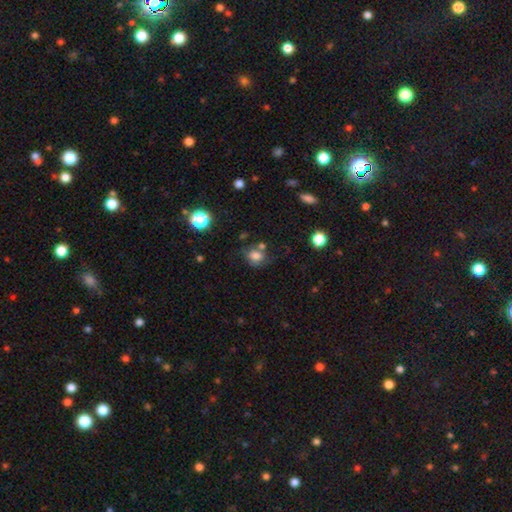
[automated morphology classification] This is likely a smooth galaxy (71%). How rounded: possibly round (58%). Merging: possibly none (54%).